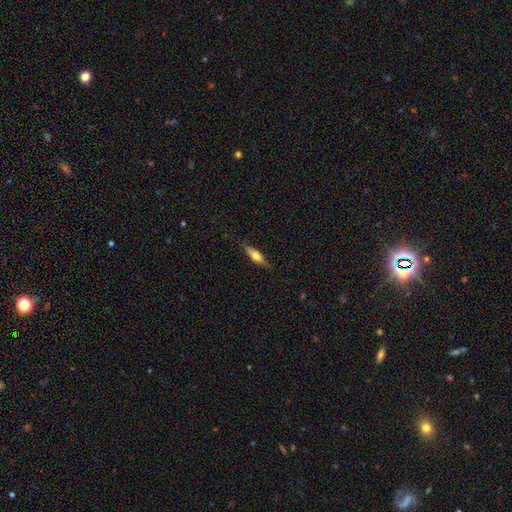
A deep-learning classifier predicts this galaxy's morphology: A smooth galaxy with no disk features (54%) that is cigar-shaped (64%).

Vote fractions:
- Smooth or featured? smooth: 54% / featured or disk: 39% / star or artifact: 6%
- How rounded? cigar-shaped: 64% / in between: 34% / round: 2%
- Merging? none: 84% / minor disturbance: 13% / major disturbance: 3% / merger: 1%